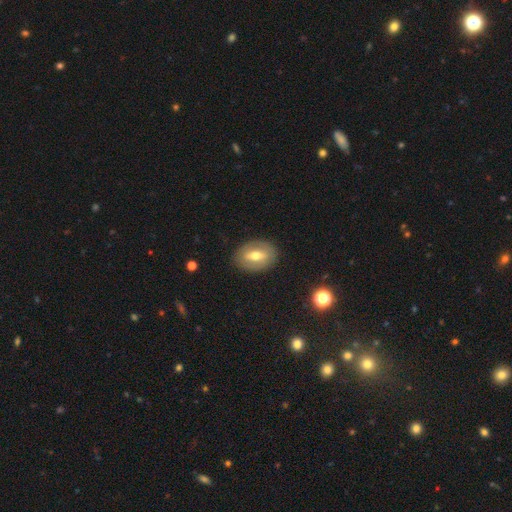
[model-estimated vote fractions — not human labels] Smooth or featured? featured or disk (49%)
Merging? none (85%)